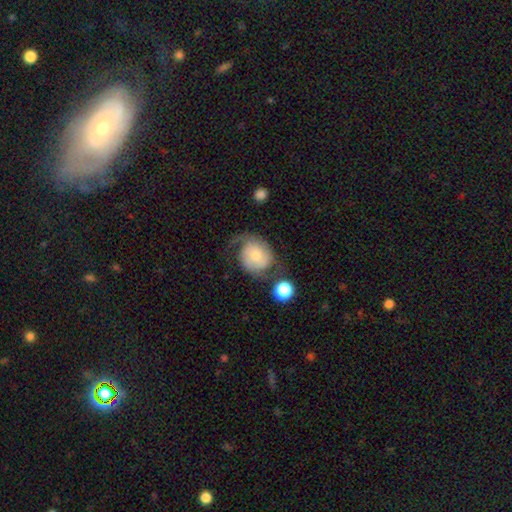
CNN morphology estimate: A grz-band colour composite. It shows a featured or disk galaxy (51%). Merging: none (44%).